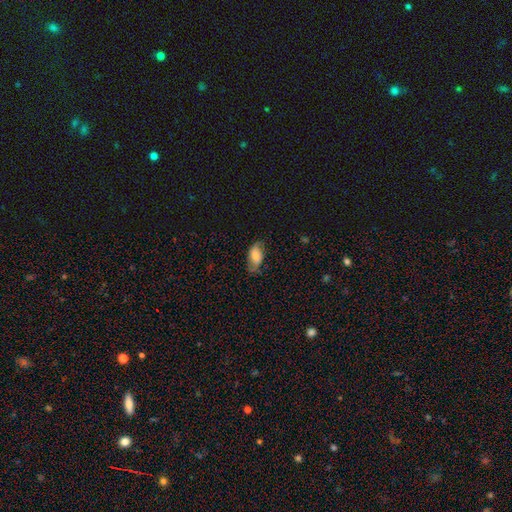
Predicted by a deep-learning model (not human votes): smooth-or-featured: smooth: 59% | featured or disk: 33% | star or artifact: 8%
  how-rounded: in between: 90% | round: 6% | cigar-shaped: 3%
  merging: none: 60% | minor disturbance: 27% | major disturbance: 12% | merger: 1%